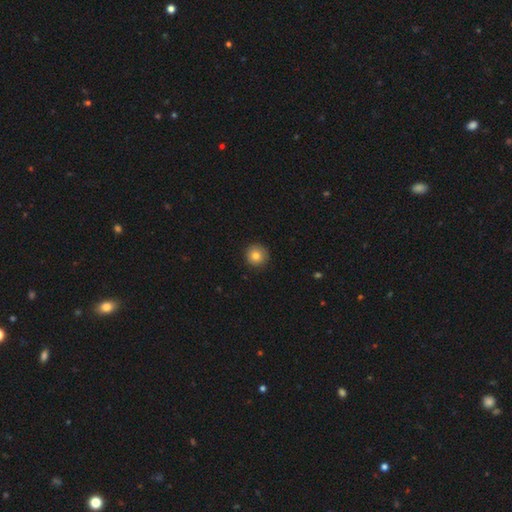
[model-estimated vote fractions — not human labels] This is clearly a smooth galaxy (81%). How rounded: clearly round (95%). Merging: clearly none (89%).